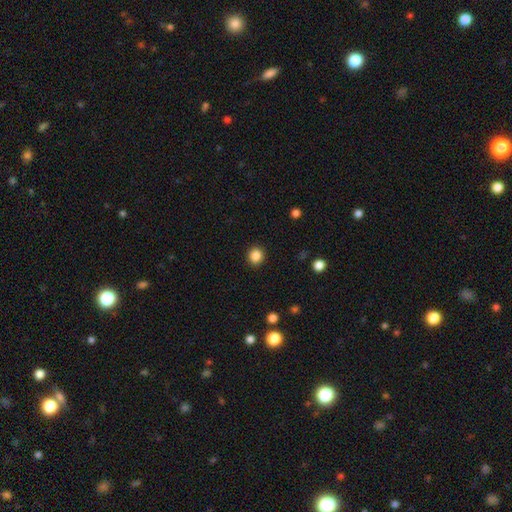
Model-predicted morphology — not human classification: Smooth or featured: smooth — 86% (star or artifact — 10%)
How rounded: round — 87% (in between — 12%)
Merging: none — 92% (minor disturbance — 5%)